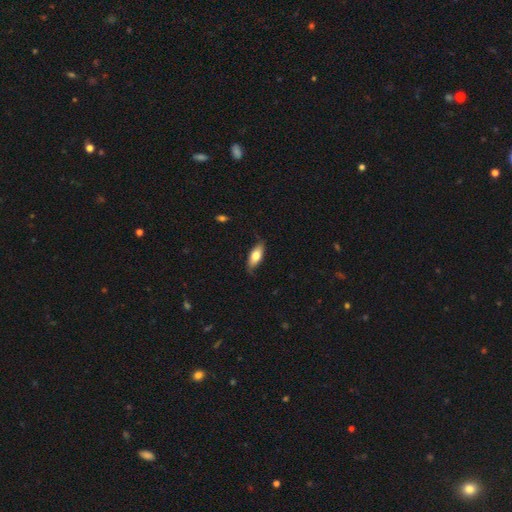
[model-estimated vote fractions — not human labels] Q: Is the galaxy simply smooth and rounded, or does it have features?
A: smooth — 70%.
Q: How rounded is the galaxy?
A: in between — 78%.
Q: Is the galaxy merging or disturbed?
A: none — 74%.